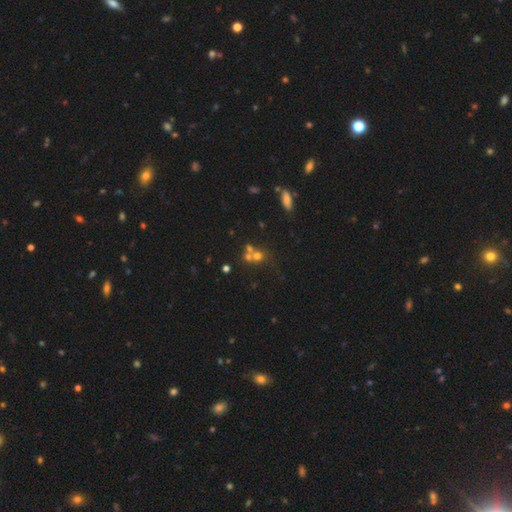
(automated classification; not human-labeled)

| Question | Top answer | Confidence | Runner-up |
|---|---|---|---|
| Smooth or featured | smooth | 56% | star or artifact (23%) |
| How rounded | round | 79% | in between (19%) |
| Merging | merger | 48% | none (38%) |